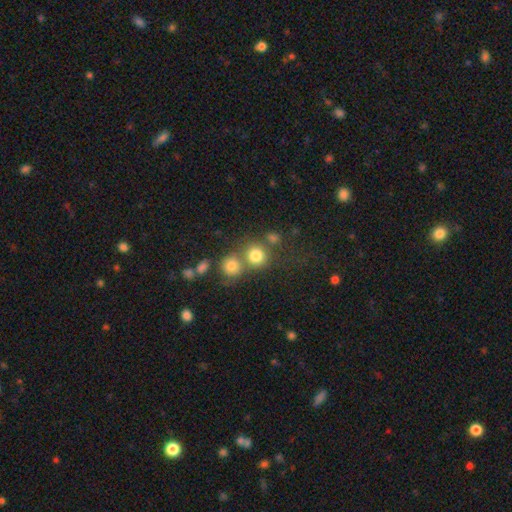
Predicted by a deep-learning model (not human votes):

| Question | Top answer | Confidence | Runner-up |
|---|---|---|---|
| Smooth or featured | smooth | 79% | star or artifact (12%) |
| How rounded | round | 87% | in between (12%) |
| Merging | none | 50% | merger (36%) |